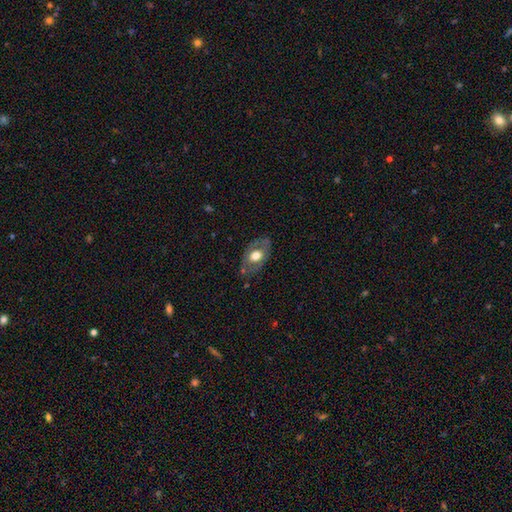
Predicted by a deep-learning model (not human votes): Overall: smooth (49%; featured or disk 44%). Merging: none (73%).